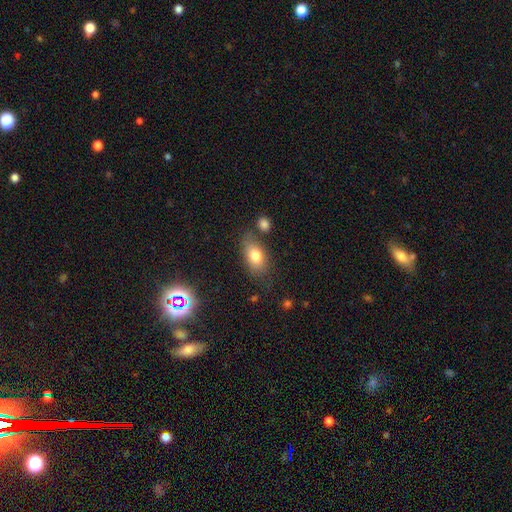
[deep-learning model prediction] A smooth galaxy with no disk features (78%) that is in between round and cigar-shaped (87%).

Vote fractions:
- Smooth or featured? smooth: 78% / featured or disk: 13% / star or artifact: 9%
- How rounded? in between: 87% / round: 10% / cigar-shaped: 4%
- Merging? none: 70% / minor disturbance: 18% / merger: 7% / major disturbance: 5%